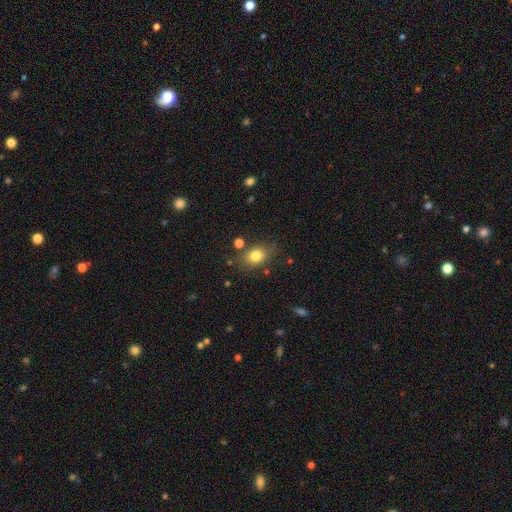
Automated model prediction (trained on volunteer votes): Q: Smooth or featured?
A: smooth (79%); runner-up: star or artifact (11%)
Q: How rounded?
A: in between (68%); runner-up: round (30%)
Q: Merging?
A: none (77%); runner-up: minor disturbance (14%)